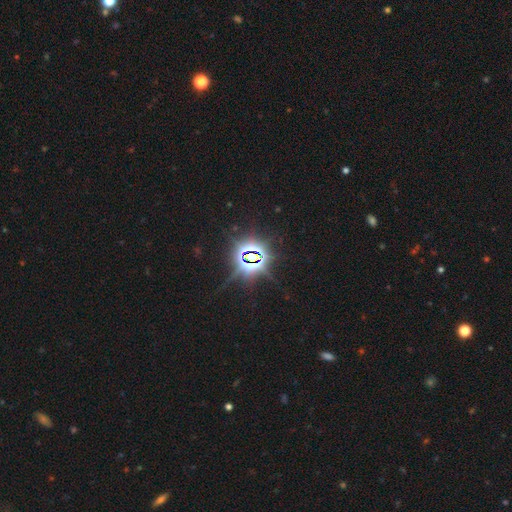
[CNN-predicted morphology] This appears to be a star or artifact, not a galaxy (84%).